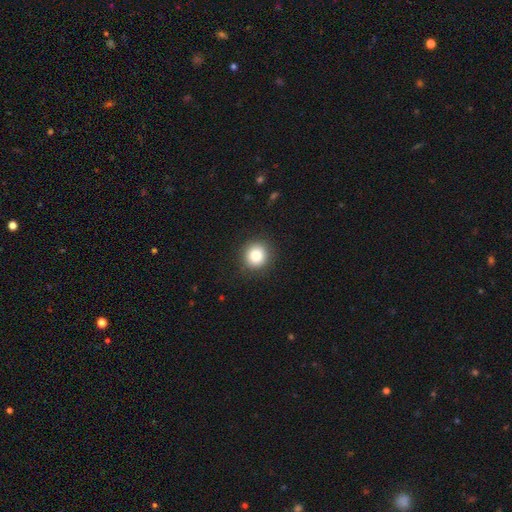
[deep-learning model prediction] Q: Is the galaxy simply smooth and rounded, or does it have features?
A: smooth — 82%.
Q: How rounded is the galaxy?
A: round — 91%.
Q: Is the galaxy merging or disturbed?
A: none — 90%.